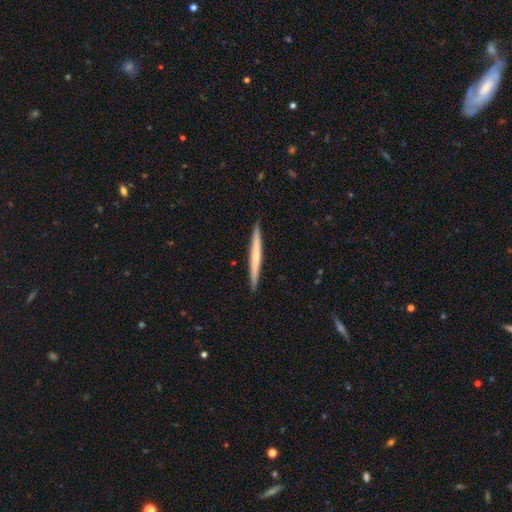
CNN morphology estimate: type=smooth (51%); roundness=cigar-shaped (97%); merging=none (92%).